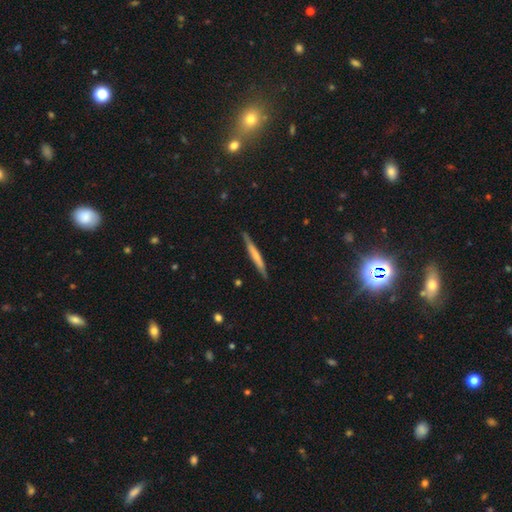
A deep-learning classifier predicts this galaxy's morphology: Smooth or featured? Predicted: smooth (p=0.51). How rounded? Predicted: cigar-shaped (p=0.96). Merging? Predicted: none (p=0.88).